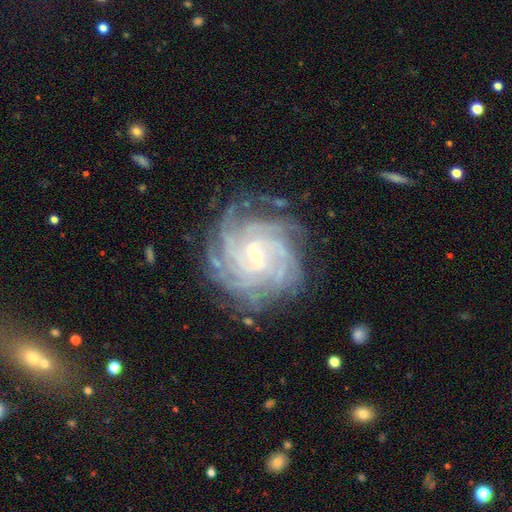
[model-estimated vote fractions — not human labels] This is clearly a featured or disk galaxy (91%). It is clearly not viewed edge-on (98%). Bar: possibly weak (47%). Spiral arm pattern: clearly yes (98%). Spiral arm count: marginally more than 4 (37%). Spiral winding: likely tight (78%). Central bulge: likely small (69%). Merging: likely none (78%).